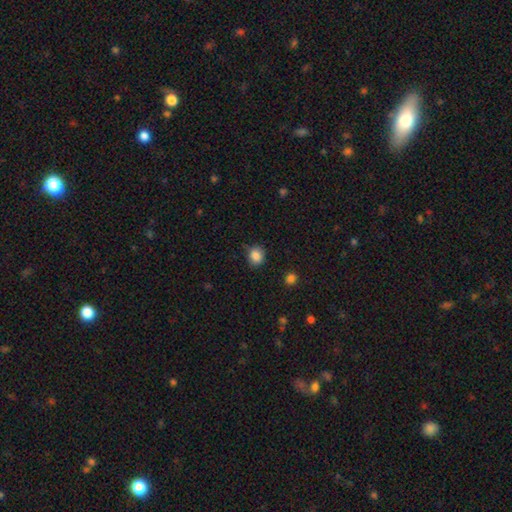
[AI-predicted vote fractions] Smooth or featured: smooth — 86% (star or artifact — 10%)
How rounded: round — 73% (in between — 26%)
Merging: none — 82% (minor disturbance — 14%)